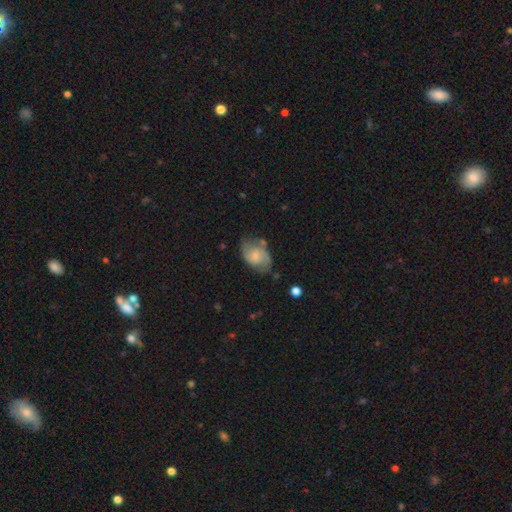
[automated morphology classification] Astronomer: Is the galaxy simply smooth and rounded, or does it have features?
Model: featured or disk — 55% (runner-up: smooth, 38%).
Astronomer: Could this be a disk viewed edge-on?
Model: no — 97%.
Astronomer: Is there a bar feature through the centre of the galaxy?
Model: no — 63%.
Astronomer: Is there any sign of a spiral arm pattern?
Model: yes — 85%.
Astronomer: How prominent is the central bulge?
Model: small — 51% (runner-up: moderate, 31%).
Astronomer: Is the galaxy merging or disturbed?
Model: none — 60%.